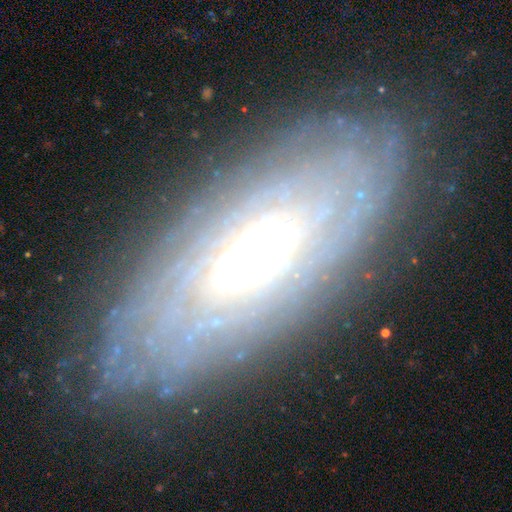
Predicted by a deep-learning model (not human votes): A featured or disk galaxy (75%) with no bar (68%), spiral arms (54%) and a moderate central bulge (56%).

Vote fractions:
- Smooth or featured? featured or disk: 75% / smooth: 15% / star or artifact: 10%
- Edge-on disk? no: 75% / yes: 25%
- Bar? no: 68% / weak: 20% / strong: 12%
- Spiral arms? yes: 54% / no: 46%
- Bulge size? moderate: 56% / large: 27% / small: 11% / dominant: 3% / none: 2%
- Merging? none: 78% / minor disturbance: 14% / major disturbance: 6% / merger: 2%